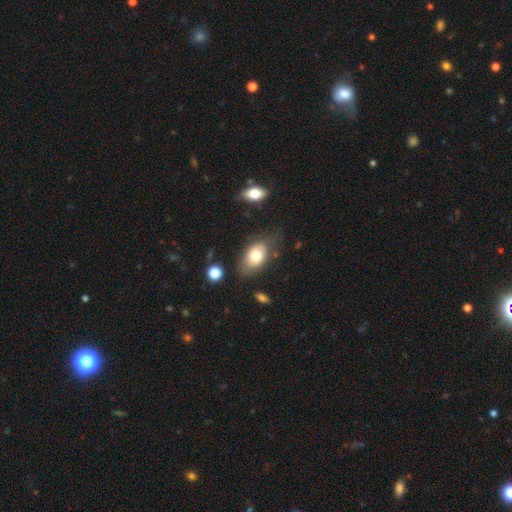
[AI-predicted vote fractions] Smooth or featured? Predicted: smooth (p=0.74). How rounded? Predicted: in between (p=0.89). Merging? Predicted: none (p=0.67).